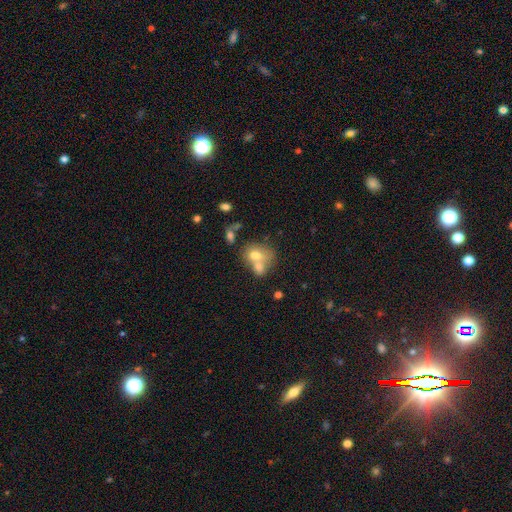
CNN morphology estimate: smooth 68%, featured or disk 22%, star or artifact 10%. Down the decision tree: how rounded — in between (57%); merging — merger (61%).